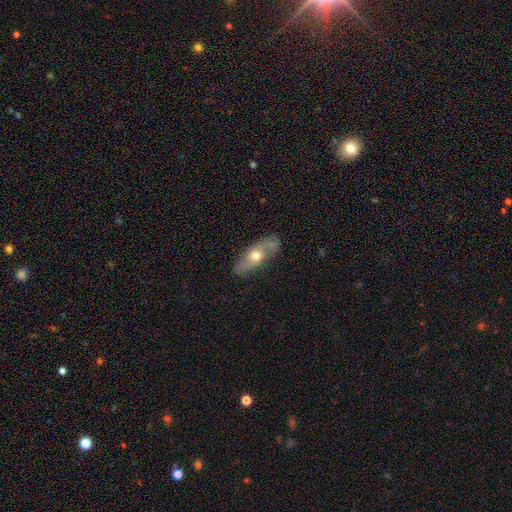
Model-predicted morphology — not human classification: Smooth or featured: featured or disk — 54% (smooth — 40%)
Edge-on disk: no — 71% (yes — 29%)
Merging: none — 74% (minor disturbance — 19%)